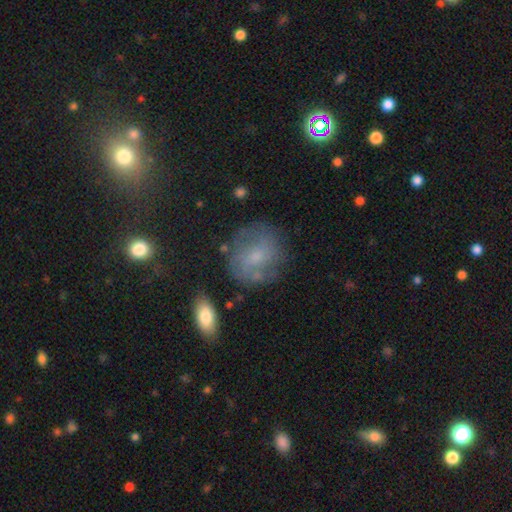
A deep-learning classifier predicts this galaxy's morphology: Smooth or featured?
  - smooth: 47% *
  - featured or disk: 42%
  - star or artifact: 11%
Merging?
  - none: 68% *
  - minor disturbance: 19%
  - major disturbance: 9%
  - merger: 4%